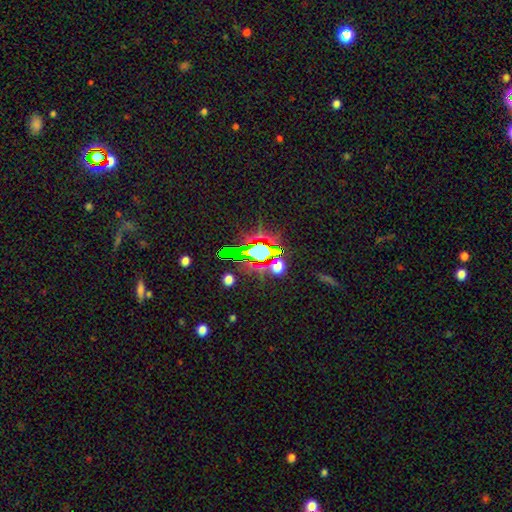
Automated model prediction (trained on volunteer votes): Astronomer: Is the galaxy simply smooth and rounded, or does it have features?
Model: star or artifact — 67%.